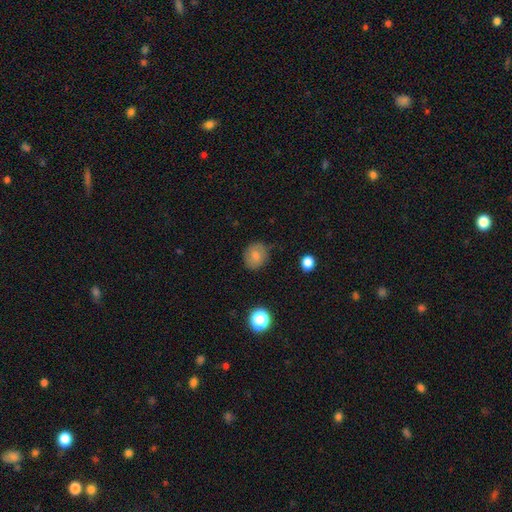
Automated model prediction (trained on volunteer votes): smooth 77%, featured or disk 12%, star or artifact 11%. Down the decision tree: how rounded — round (74%); merging — none (72%).